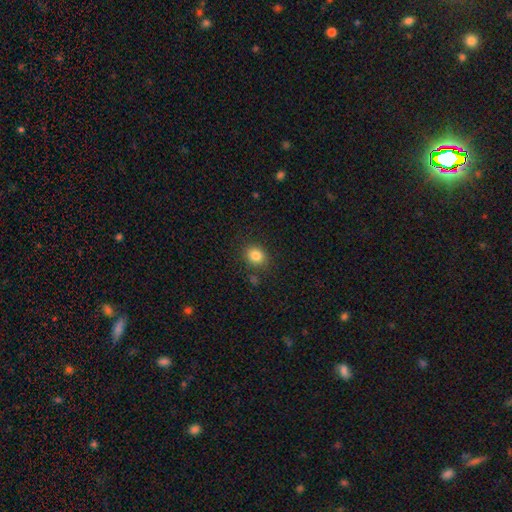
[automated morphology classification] smooth 84%, star or artifact 11%, featured or disk 6%. Down the decision tree: how rounded — round (65%); merging — none (84%).